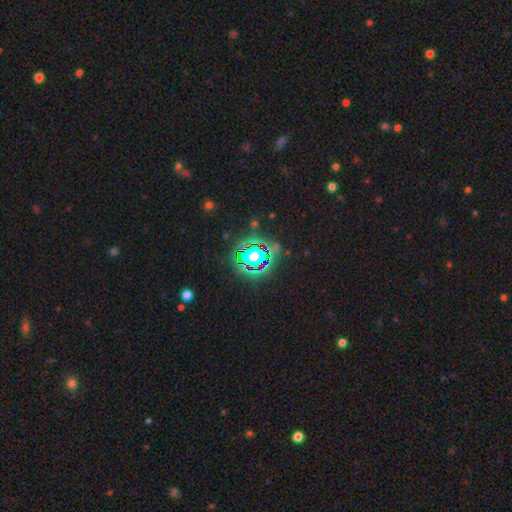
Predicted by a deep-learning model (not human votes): smooth_or_featured: star or artifact (p=0.81) [alt: smooth p=0.12]